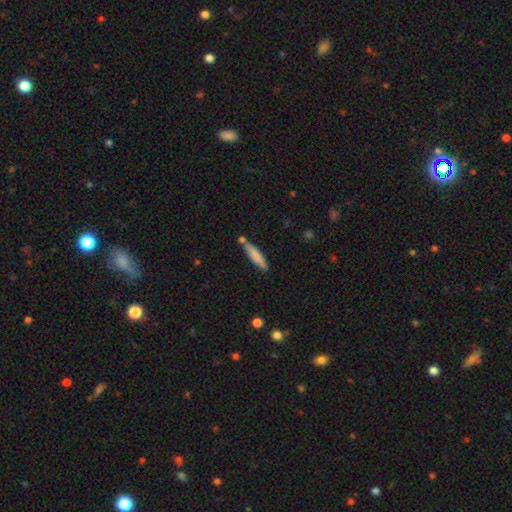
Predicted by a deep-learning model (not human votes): Q: Smooth or featured?
A: smooth (80%); runner-up: featured or disk (14%)
Q: How rounded?
A: cigar-shaped (80%); runner-up: in between (18%)
Q: Merging?
A: none (73%); runner-up: minor disturbance (15%)